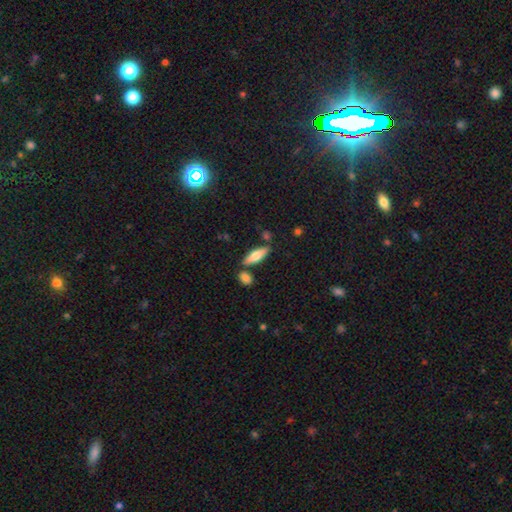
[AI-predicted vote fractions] Smooth or featured? Predicted: smooth (p=0.64). How rounded? Predicted: in between (p=0.49). Merging? Predicted: none (p=0.78).